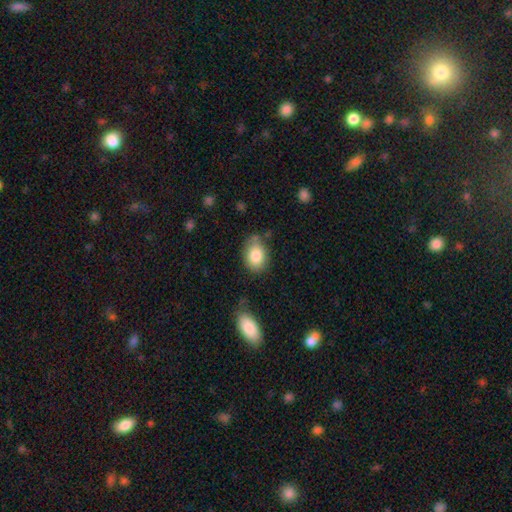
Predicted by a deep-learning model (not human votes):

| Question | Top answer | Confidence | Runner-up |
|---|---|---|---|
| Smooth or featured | smooth | 84% | featured or disk (8%) |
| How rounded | in between | 79% | round (20%) |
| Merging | none | 68% | minor disturbance (21%) |